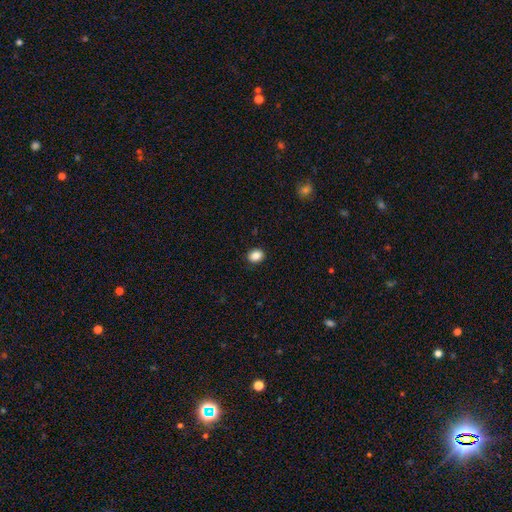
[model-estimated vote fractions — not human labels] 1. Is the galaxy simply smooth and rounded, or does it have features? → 87% smooth, 9% star or artifact, 4% featured or disk.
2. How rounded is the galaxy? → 52% in between, 47% round, 1% cigar-shaped.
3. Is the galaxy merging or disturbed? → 90% none, 7% minor disturbance, 2% major disturbance, 1% merger.